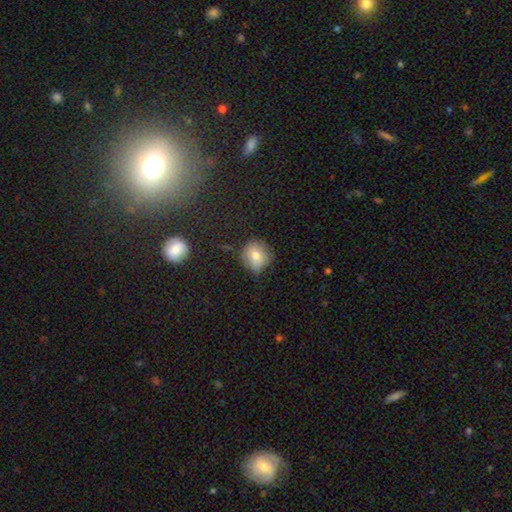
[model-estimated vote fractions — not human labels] Smooth or featured? Predicted: smooth (p=0.75). How rounded? Predicted: round (p=0.87). Merging? Predicted: none (p=0.68).